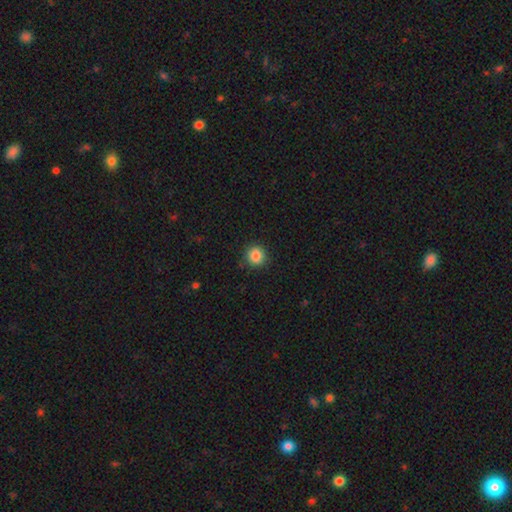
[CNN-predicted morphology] smooth 86%, star or artifact 10%, featured or disk 4%. Down the decision tree: how rounded — round (92%); merging — none (89%).